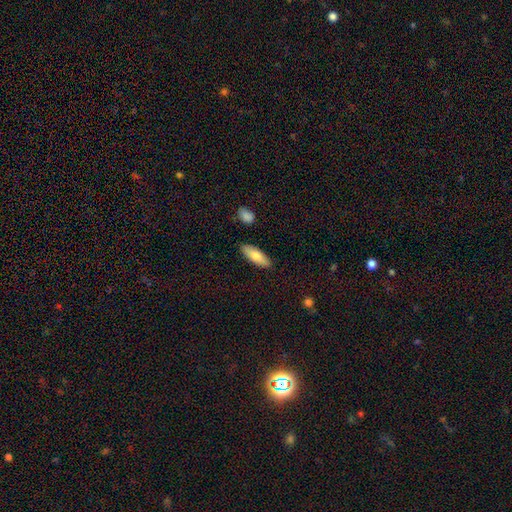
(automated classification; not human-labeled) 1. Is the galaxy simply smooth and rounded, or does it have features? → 78% smooth, 16% featured or disk, 6% star or artifact.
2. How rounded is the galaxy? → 63% in between, 35% cigar-shaped, 2% round.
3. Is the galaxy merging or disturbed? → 87% none, 9% minor disturbance, 2% merger, 2% major disturbance.